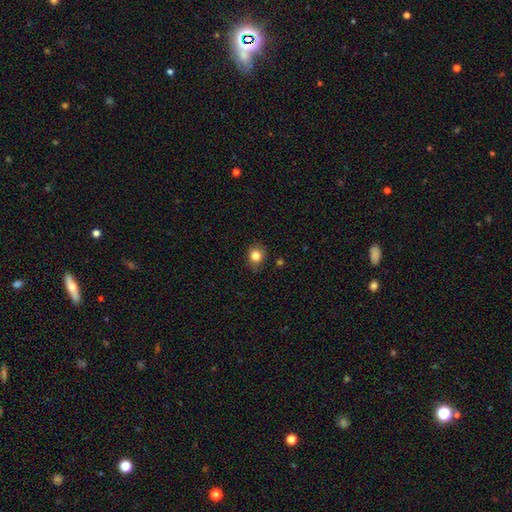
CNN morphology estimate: smooth 83%, star or artifact 11%, featured or disk 6%. Down the decision tree: how rounded — round (78%); merging — none (83%).